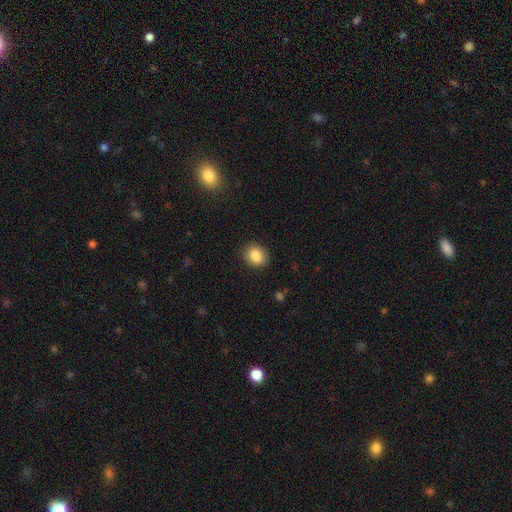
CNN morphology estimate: This is clearly a smooth galaxy (86%). How rounded: possibly round (59%). Merging: clearly none (87%).